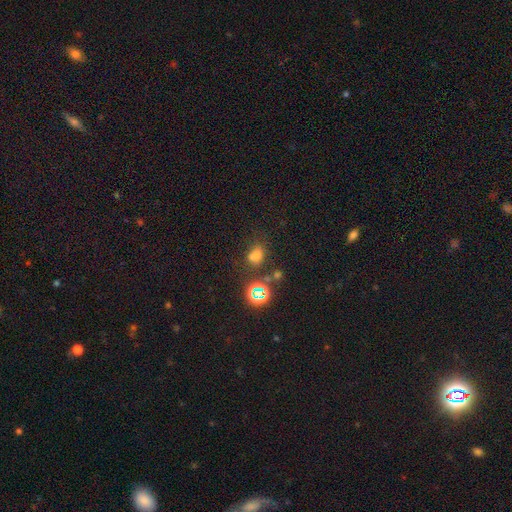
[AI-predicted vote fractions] Morphology: type=smooth (61%); roundness=in between (52%); merging=none (51%).